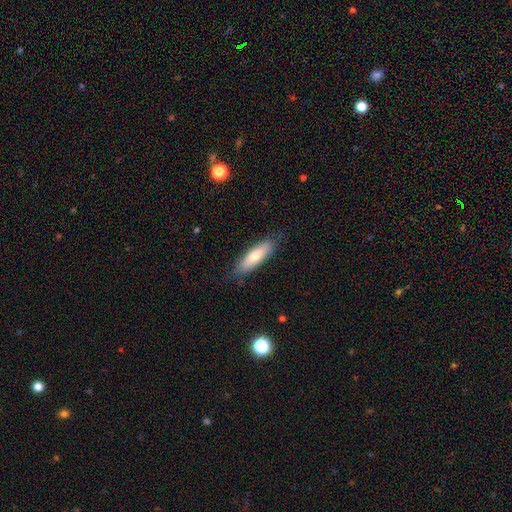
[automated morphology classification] Q: Smooth or featured?
A: smooth (69%); runner-up: featured or disk (25%)
Q: How rounded?
A: cigar-shaped (60%); runner-up: in between (38%)
Q: Merging?
A: none (84%); runner-up: minor disturbance (13%)